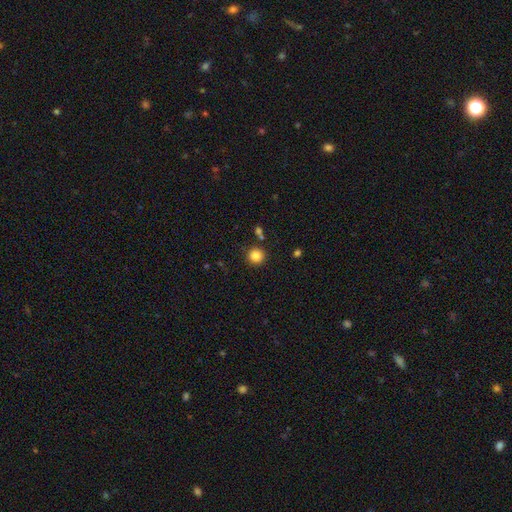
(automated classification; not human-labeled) Smooth or featured?
  - smooth: 84% *
  - star or artifact: 11%
  - featured or disk: 5%
How rounded?
  - round: 93% *
  - in between: 6%
  - cigar-shaped: 1%
Merging?
  - none: 87% *
  - minor disturbance: 7%
  - merger: 4%
  - major disturbance: 2%